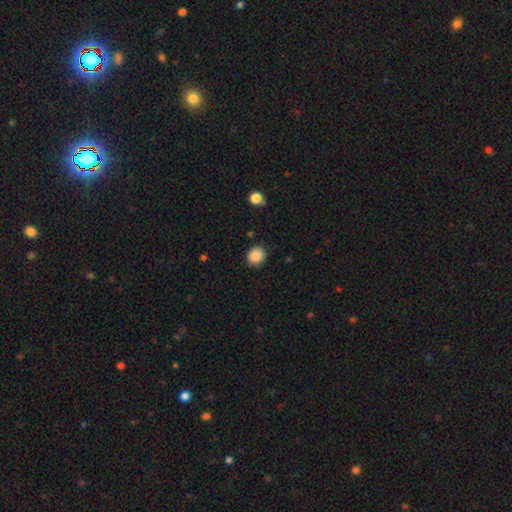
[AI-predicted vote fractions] A smooth galaxy with no disk features (88%) that is round (79%).

Vote fractions:
- Smooth or featured? smooth: 88% / star or artifact: 9% / featured or disk: 3%
- How rounded? round: 79% / in between: 20% / cigar-shaped: 1%
- Merging? none: 87% / minor disturbance: 9% / major disturbance: 3% / merger: 1%